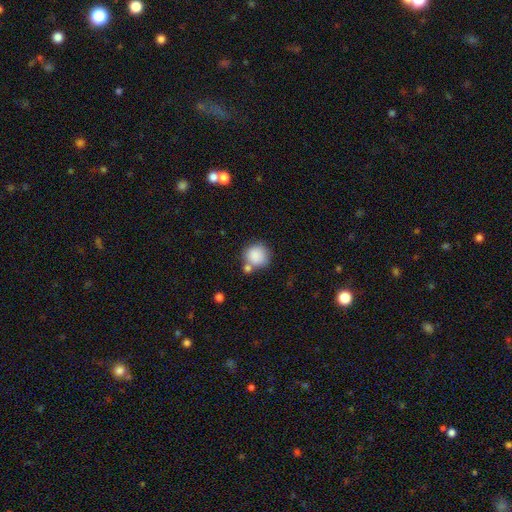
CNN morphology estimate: A smooth galaxy with no disk features (86%) that is round (88%).

Vote fractions:
- Smooth or featured? smooth: 86% / star or artifact: 9% / featured or disk: 6%
- How rounded? round: 88% / in between: 11% / cigar-shaped: 1%
- Merging? none: 61% / merger: 21% / minor disturbance: 14% / major disturbance: 5%